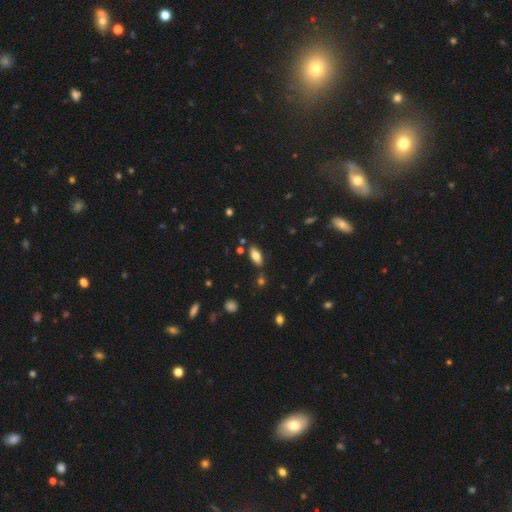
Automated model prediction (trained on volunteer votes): Smooth or featured: smooth — 77% (featured or disk — 14%)
How rounded: in between — 88% (cigar-shaped — 10%)
Merging: none — 79% (minor disturbance — 13%)